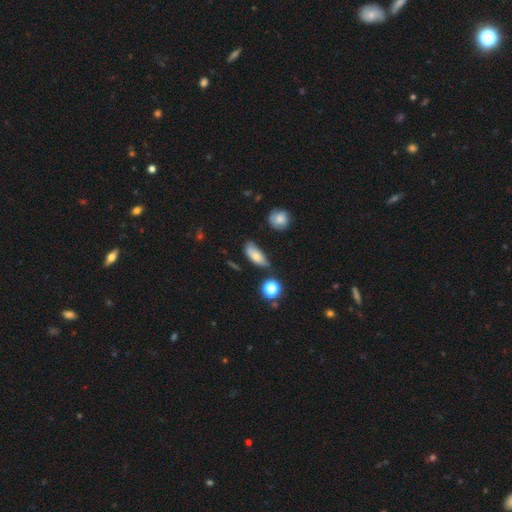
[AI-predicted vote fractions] This appears to be a smooth galaxy with no disk features (68%) that is in between round and cigar-shaped (74%). Merging: none (60%).